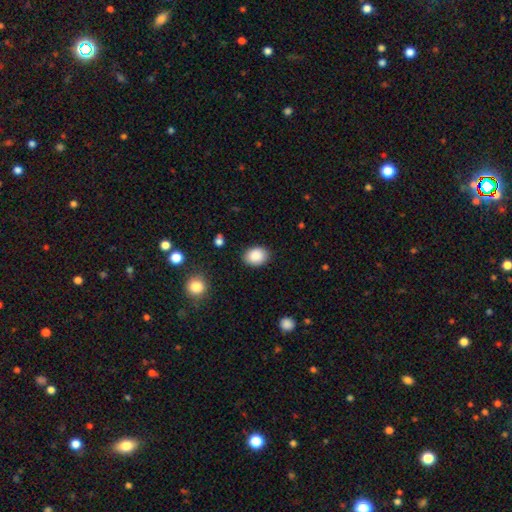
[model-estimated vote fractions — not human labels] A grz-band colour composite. It shows a smooth galaxy with no disk features (89%) that is in between round and cigar-shaped (65%). Merging: none (87%).